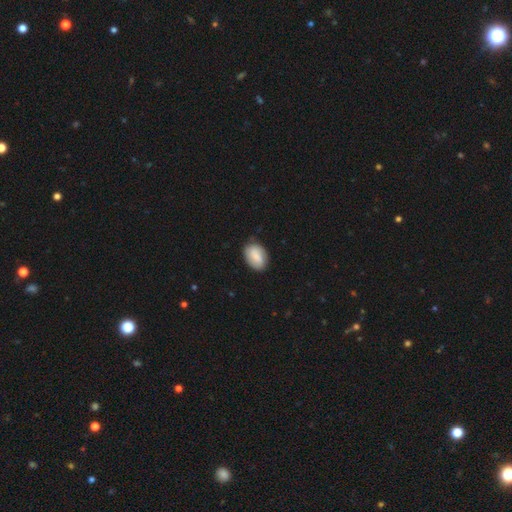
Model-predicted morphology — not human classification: Smooth or featured: smooth — 76% (featured or disk — 17%)
How rounded: in between — 83% (round — 15%)
Merging: none — 77% (minor disturbance — 18%)